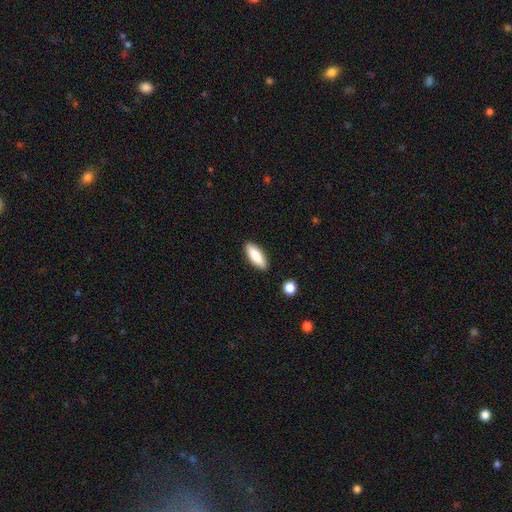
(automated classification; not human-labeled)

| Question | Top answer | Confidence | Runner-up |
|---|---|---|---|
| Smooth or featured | smooth | 83% | featured or disk (11%) |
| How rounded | in between | 68% | cigar-shaped (31%) |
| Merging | none | 88% | minor disturbance (8%) |